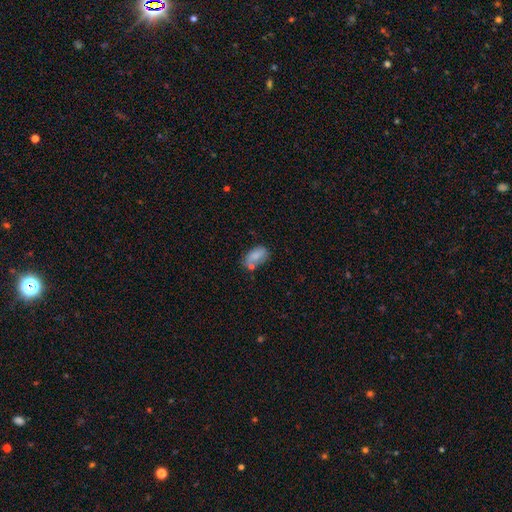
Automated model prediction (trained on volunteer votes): A smooth galaxy with no disk features (80%) that is in between round and cigar-shaped (91%). Merging: none (54%).